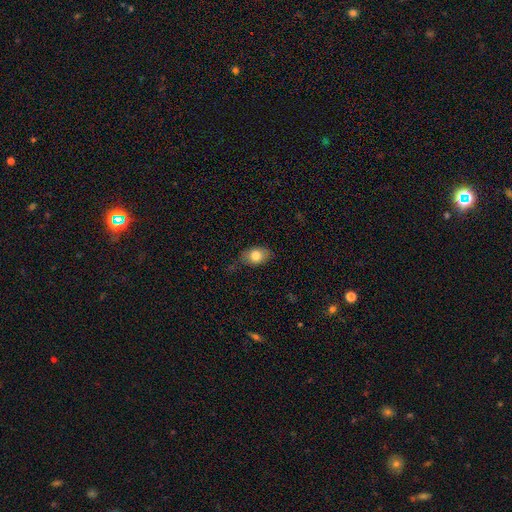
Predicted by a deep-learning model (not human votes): Smooth or featured? smooth (79%)
How rounded? in between (83%)
Merging? none (67%)